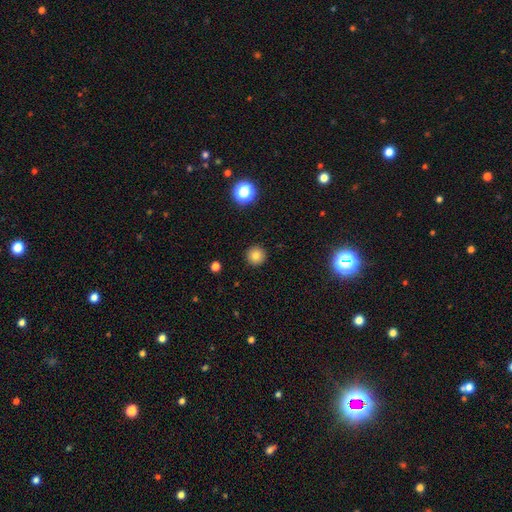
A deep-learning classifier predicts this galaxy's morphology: smooth 81%, star or artifact 12%, featured or disk 6%. Down the decision tree: how rounded — round (96%); merging — none (92%).